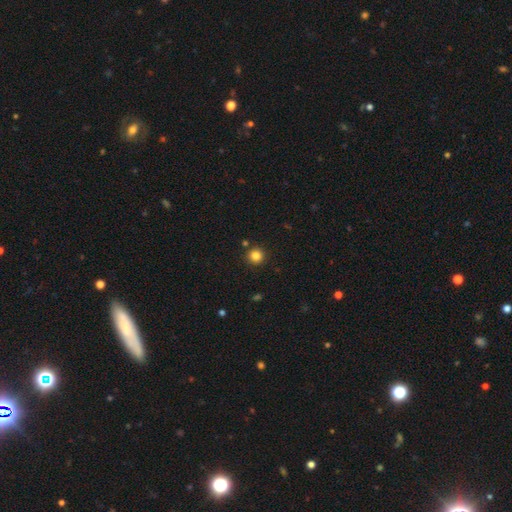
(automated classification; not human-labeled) Smooth or featured?
  - smooth: 83% *
  - star or artifact: 12%
  - featured or disk: 4%
How rounded?
  - round: 95% *
  - in between: 4%
  - cigar-shaped: 1%
Merging?
  - none: 89% *
  - minor disturbance: 6%
  - merger: 3%
  - major disturbance: 2%